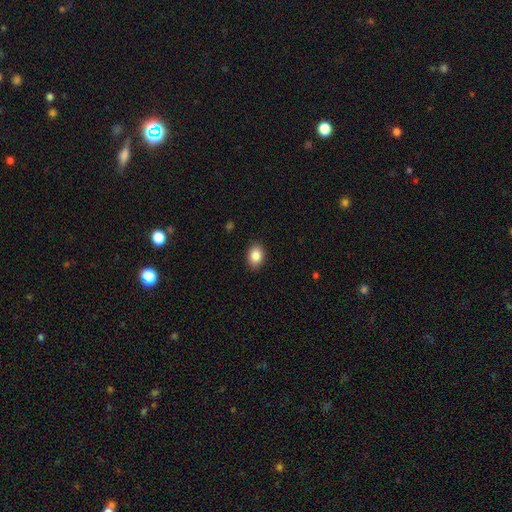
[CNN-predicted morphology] type=smooth (86%); roundness=in between (76%); merging=none (88%).